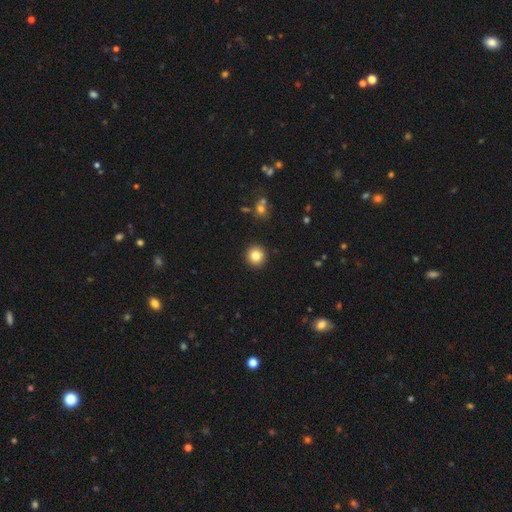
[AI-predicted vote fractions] smooth_or_featured: smooth (p=0.82) [alt: star or artifact p=0.11]
how_rounded: round (p=0.95) [alt: in between p=0.04]
merging: none (p=0.93) [alt: minor disturbance p=0.04]